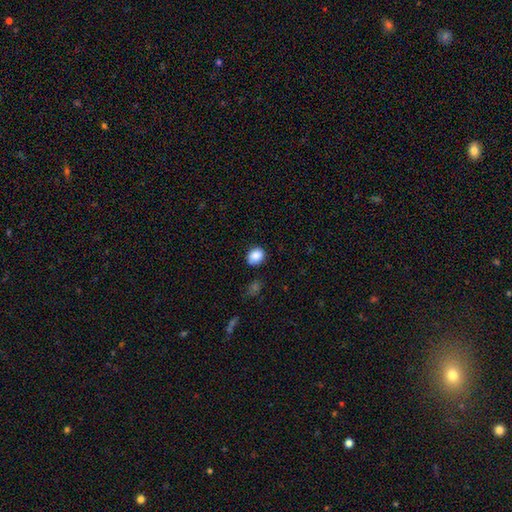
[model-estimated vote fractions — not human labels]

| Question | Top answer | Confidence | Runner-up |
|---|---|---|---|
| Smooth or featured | smooth | 87% | star or artifact (9%) |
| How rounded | round | 64% | in between (35%) |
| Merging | none | 82% | minor disturbance (13%) |